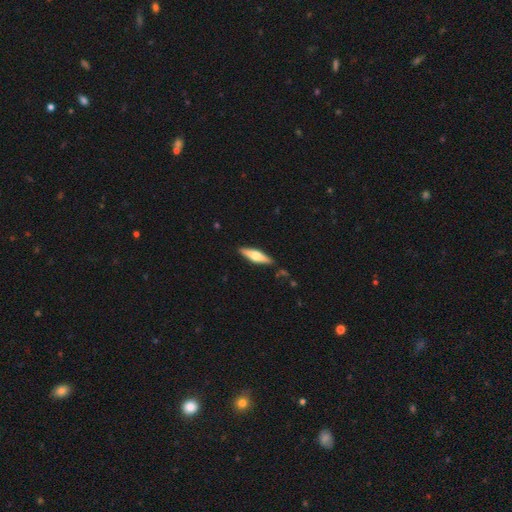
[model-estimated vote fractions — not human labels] Smooth or featured? featured or disk (48%)
Merging? none (87%)